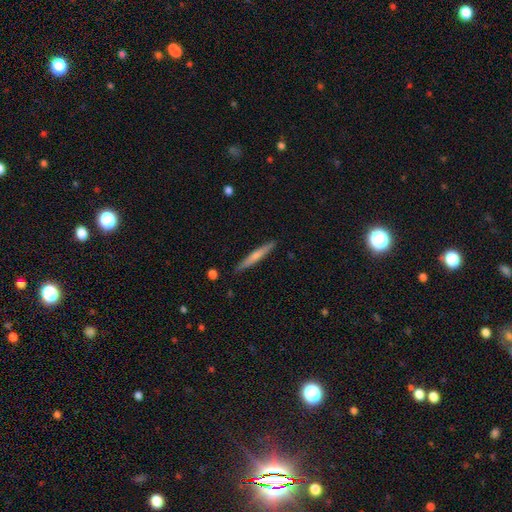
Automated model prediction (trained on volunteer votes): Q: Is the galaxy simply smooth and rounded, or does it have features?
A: smooth — 55%.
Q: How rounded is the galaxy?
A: cigar-shaped — 96%.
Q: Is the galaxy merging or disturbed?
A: none — 90%.